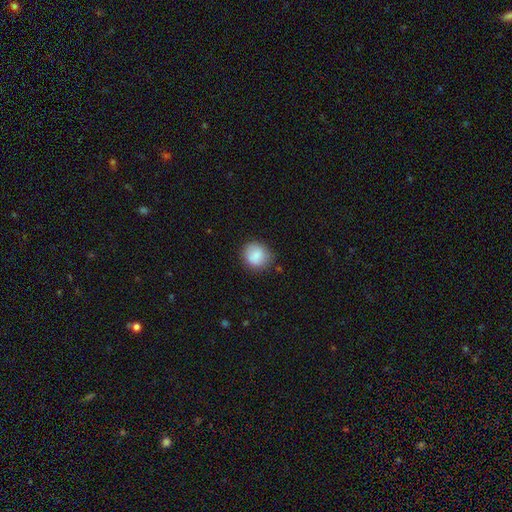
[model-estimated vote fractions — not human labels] Q: Smooth or featured?
A: smooth (85%); runner-up: star or artifact (8%)
Q: How rounded?
A: round (81%); runner-up: in between (18%)
Q: Merging?
A: none (77%); runner-up: minor disturbance (17%)